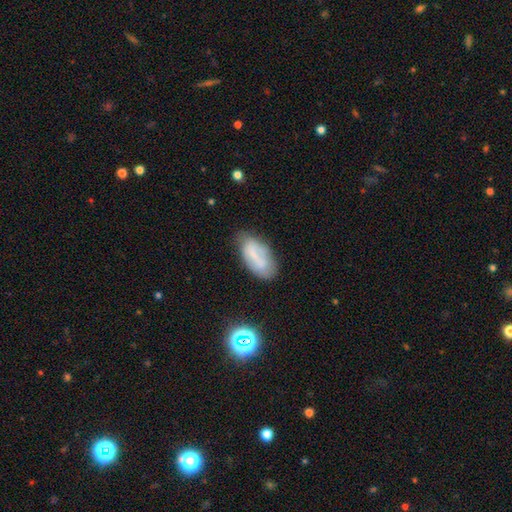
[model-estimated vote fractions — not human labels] smooth-or-featured: smooth: 58% | featured or disk: 32% | star or artifact: 10%
  how-rounded: in between: 92% | cigar-shaped: 5% | round: 3%
  merging: none: 63% | minor disturbance: 25% | major disturbance: 8% | merger: 4%